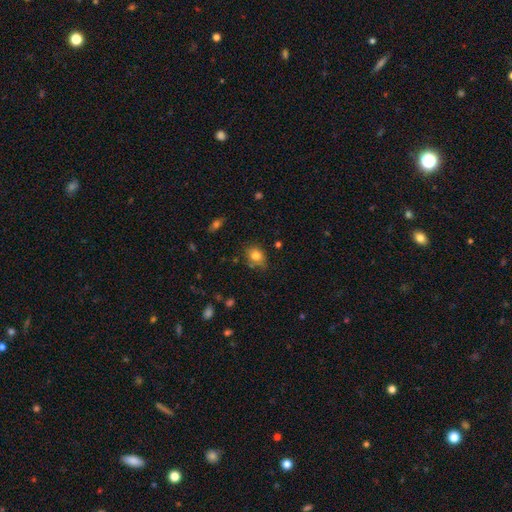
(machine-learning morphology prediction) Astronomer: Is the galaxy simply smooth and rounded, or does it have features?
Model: smooth — 80%.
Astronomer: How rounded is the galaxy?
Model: round — 52% (runner-up: in between, 47%).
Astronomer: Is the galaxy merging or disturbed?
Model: none — 65%.